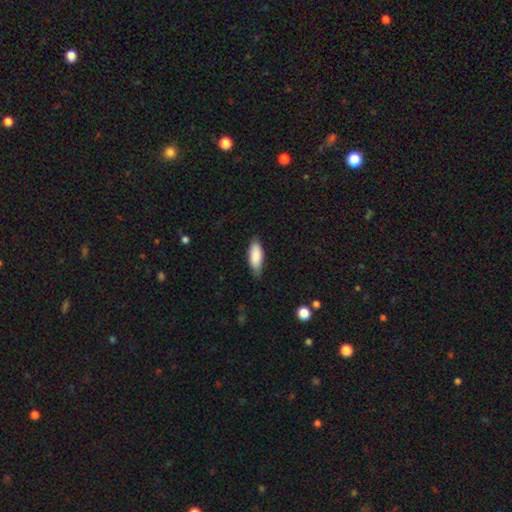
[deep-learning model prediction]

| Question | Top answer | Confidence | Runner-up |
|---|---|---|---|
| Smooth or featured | smooth | 86% | featured or disk (9%) |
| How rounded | in between | 75% | cigar-shaped (23%) |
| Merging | none | 77% | minor disturbance (19%) |